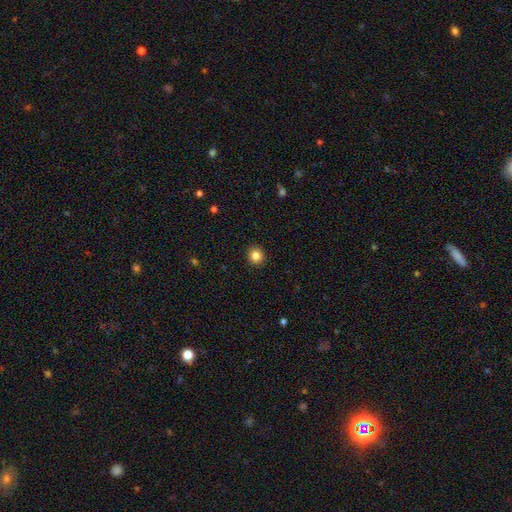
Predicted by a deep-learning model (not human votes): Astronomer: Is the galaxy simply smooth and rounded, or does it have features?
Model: smooth — 83%.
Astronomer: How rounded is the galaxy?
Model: round — 91%.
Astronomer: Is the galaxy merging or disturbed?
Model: none — 93%.